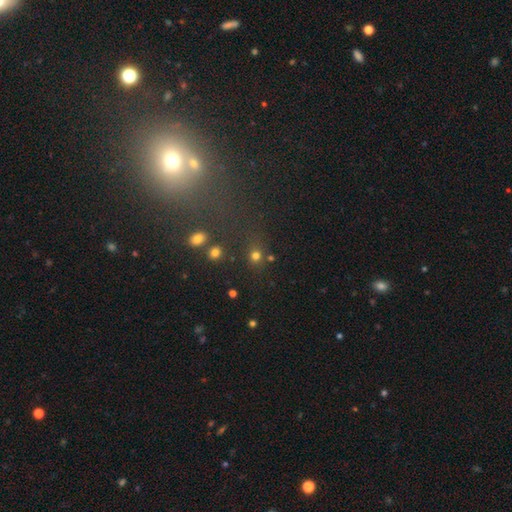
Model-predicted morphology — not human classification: The model was most divided on "smooth or featured": smooth: 72%, star or artifact: 21%, featured or disk: 7%. More confident: how rounded — round (85%); merging — none (73%).